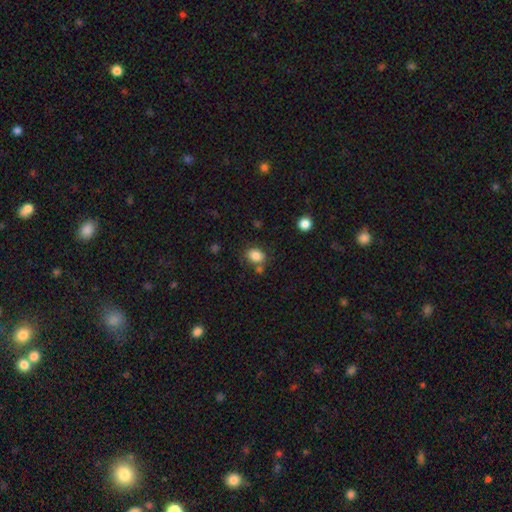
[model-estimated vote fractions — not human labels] This appears to be a smooth galaxy with no disk features (84%) that is in between round and cigar-shaped (56%). Merging: none (68%).